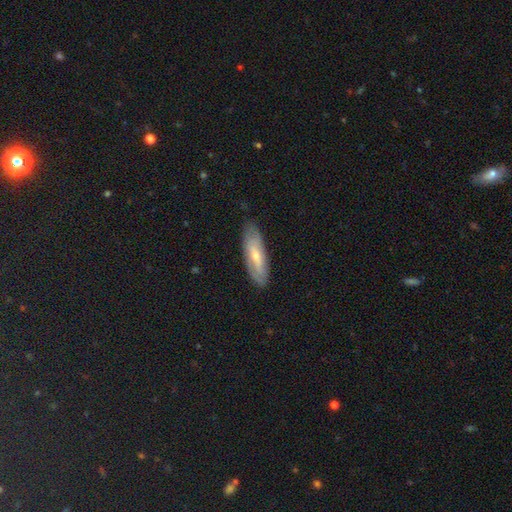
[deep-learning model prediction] Smooth or featured? featured or disk (51%)
Edge-on disk? no (69%)
Merging? none (82%)